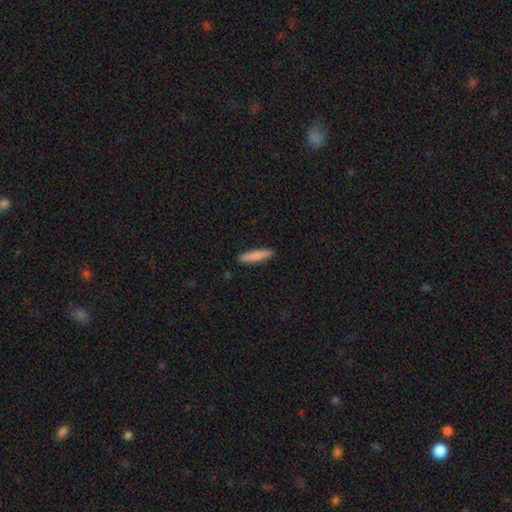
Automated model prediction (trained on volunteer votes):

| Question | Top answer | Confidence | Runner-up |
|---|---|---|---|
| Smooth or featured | smooth | 84% | featured or disk (10%) |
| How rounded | cigar-shaped | 85% | in between (14%) |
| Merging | none | 90% | minor disturbance (8%) |